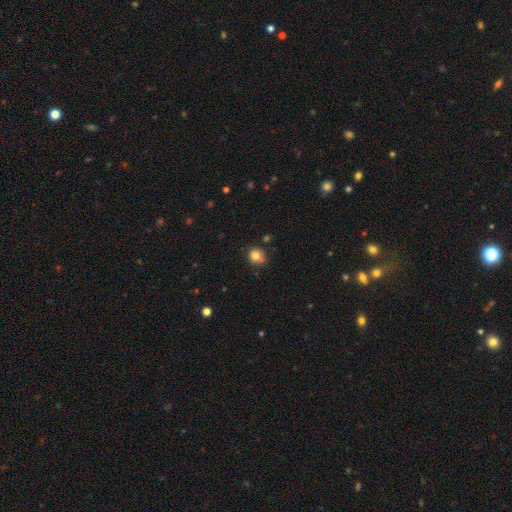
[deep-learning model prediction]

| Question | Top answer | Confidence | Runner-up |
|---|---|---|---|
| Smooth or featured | smooth | 81% | star or artifact (12%) |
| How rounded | round | 82% | in between (17%) |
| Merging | none | 71% | minor disturbance (20%) |